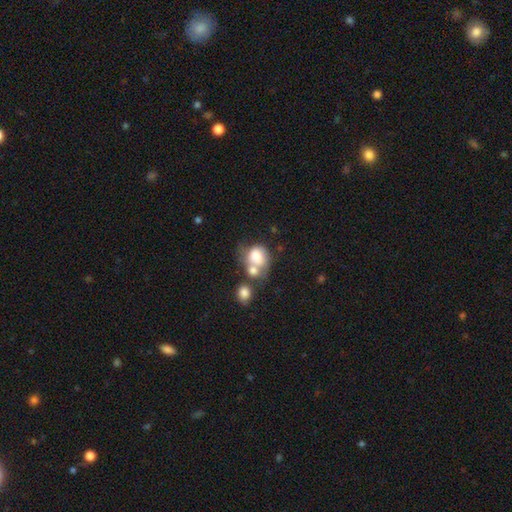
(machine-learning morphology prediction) smooth_or_featured: smooth (p=0.71) [alt: featured or disk p=0.20]
how_rounded: round (p=0.52) [alt: in between p=0.47]
merging: merger (p=0.58) [alt: none p=0.21]